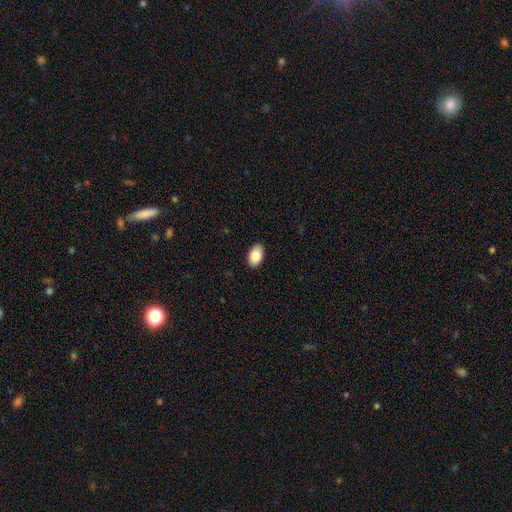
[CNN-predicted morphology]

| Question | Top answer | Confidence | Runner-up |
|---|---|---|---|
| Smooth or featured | smooth | 85% | featured or disk (8%) |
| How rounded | in between | 92% | round (6%) |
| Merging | none | 89% | minor disturbance (8%) |